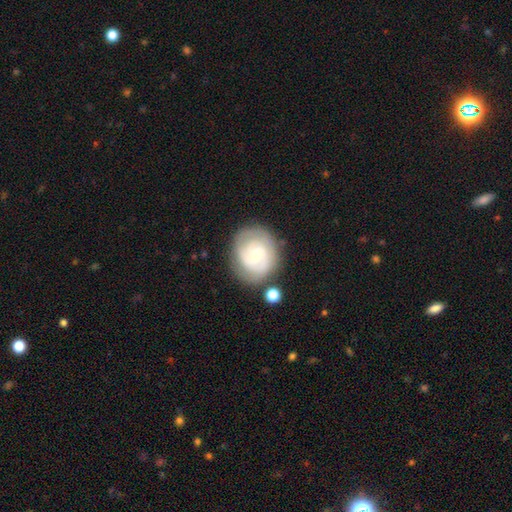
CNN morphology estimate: Smooth or featured? Predicted: featured or disk (p=0.66). Edge-on disk? Predicted: no (p=0.98). Bar? Predicted: weak (p=0.49). Spiral arms? Predicted: yes (p=0.86). Spiral winding? Predicted: tight (p=0.58). Spiral arm count? Predicted: 2 (p=0.45). Bulge size? Predicted: small (p=0.66). Merging? Predicted: none (p=0.72).